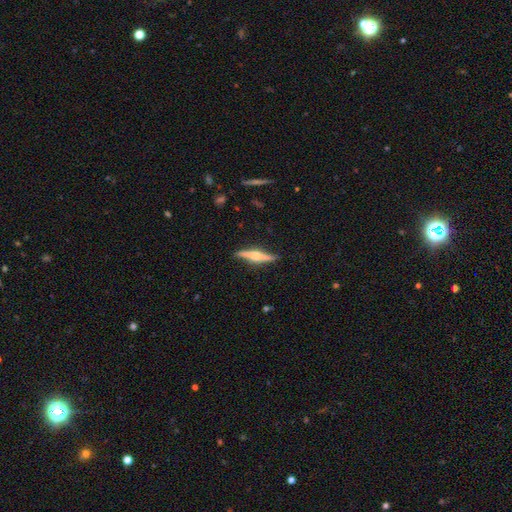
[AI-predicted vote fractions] Smooth or featured: featured or disk — 71% (smooth — 23%)
Edge-on disk: yes — 96% (no — 4%)
Edge-on bulge: rounded — 88% (boxy — 8%)
Merging: none — 86% (minor disturbance — 11%)